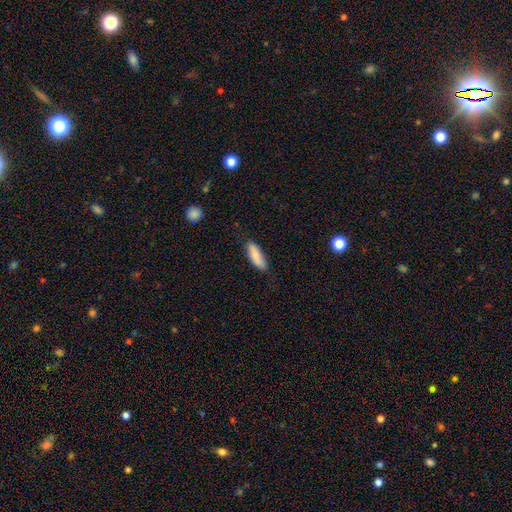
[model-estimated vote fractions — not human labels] A smooth galaxy with no disk features (83%) that is in between round and cigar-shaped (60%). Merging: none (80%).